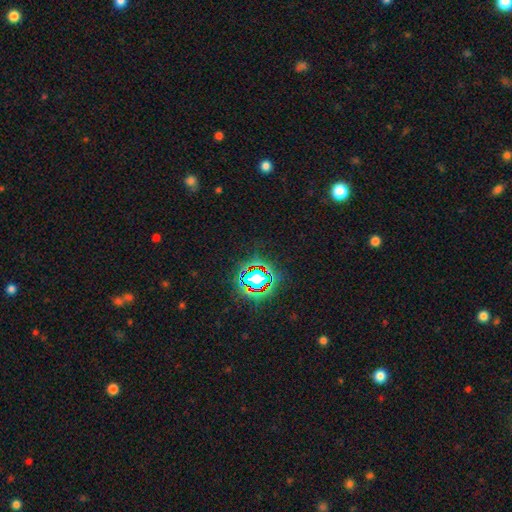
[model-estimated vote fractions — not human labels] A star or artifact, not a galaxy (78%).